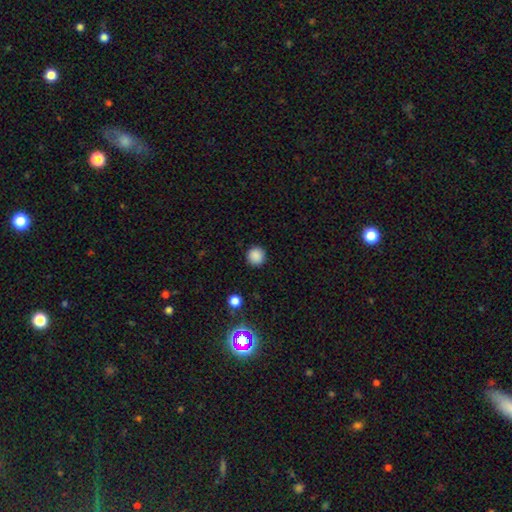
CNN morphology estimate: Overall: smooth (87%). How rounded: round (95%). Merging: none (92%).